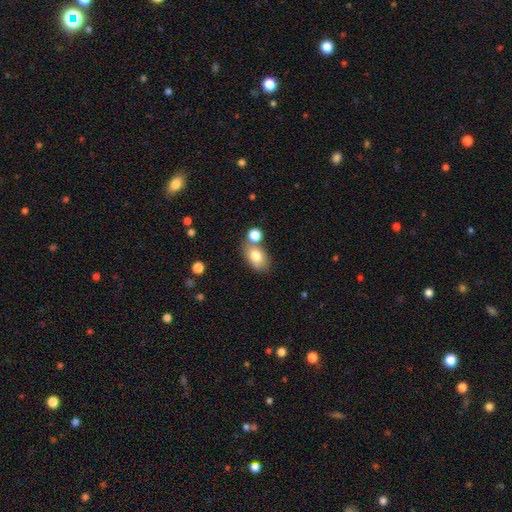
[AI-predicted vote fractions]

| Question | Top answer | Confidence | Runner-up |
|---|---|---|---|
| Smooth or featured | smooth | 77% | featured or disk (15%) |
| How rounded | in between | 83% | round (16%) |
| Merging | none | 61% | merger (20%) |